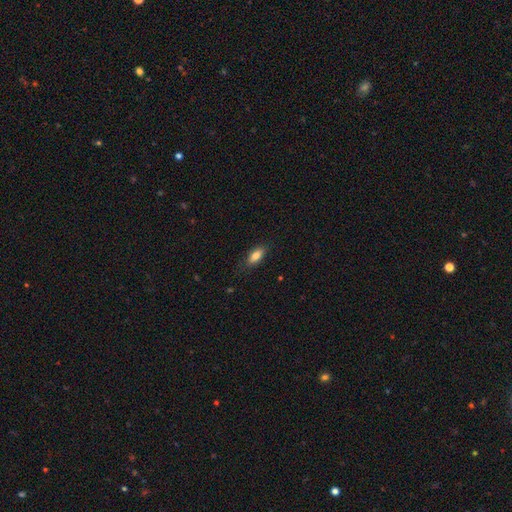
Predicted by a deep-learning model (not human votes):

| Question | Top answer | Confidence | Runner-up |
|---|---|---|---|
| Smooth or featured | smooth | 84% | featured or disk (9%) |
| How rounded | in between | 84% | cigar-shaped (13%) |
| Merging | none | 82% | minor disturbance (14%) |